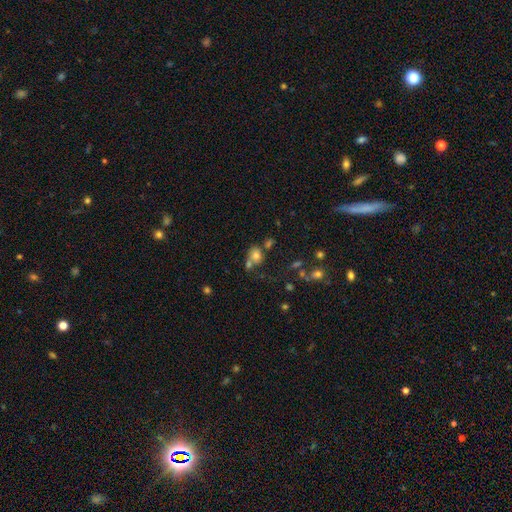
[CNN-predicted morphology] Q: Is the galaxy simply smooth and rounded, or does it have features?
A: smooth — 72%.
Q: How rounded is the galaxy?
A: round — 64%.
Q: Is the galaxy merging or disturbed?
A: none — 49%.